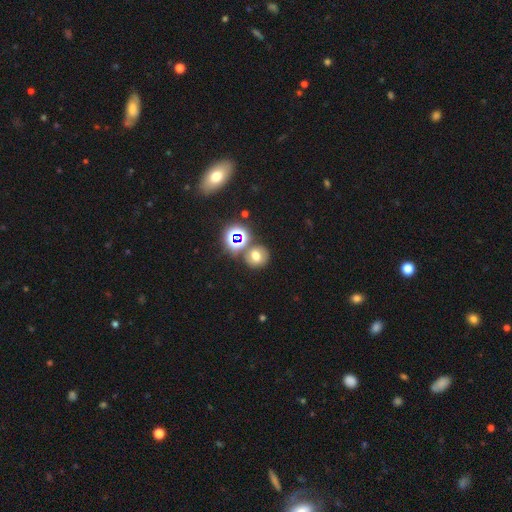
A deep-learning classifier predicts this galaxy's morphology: This appears to be a smooth galaxy with no disk features (58%) that is round (81%). Merging: none (70%).